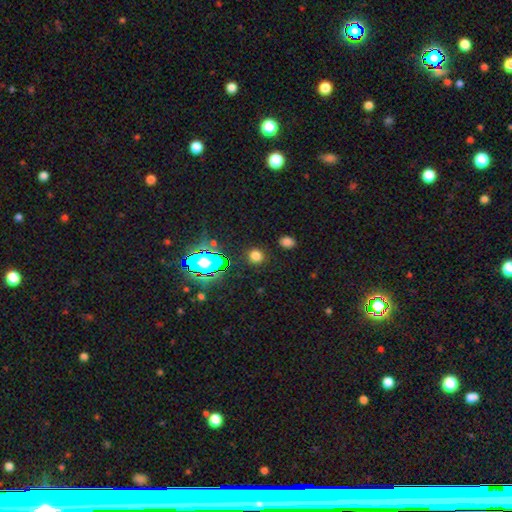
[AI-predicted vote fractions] The model was most divided on "smooth or featured": smooth: 72%, star or artifact: 22%, featured or disk: 6%. More confident: merging — none (88%); how rounded — round (84%).